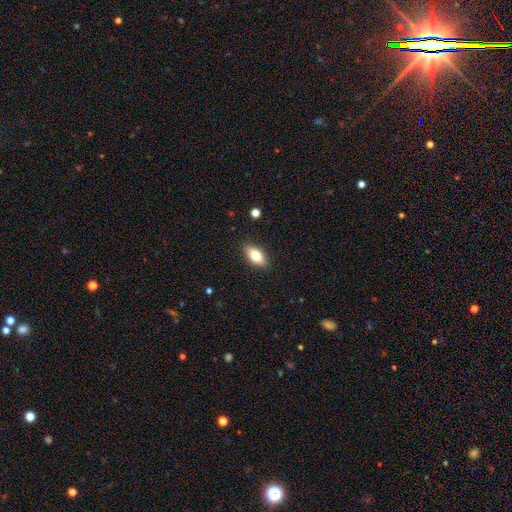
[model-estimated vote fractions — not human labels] Q: Smooth or featured?
A: smooth (76%); runner-up: featured or disk (16%)
Q: How rounded?
A: in between (88%); runner-up: cigar-shaped (7%)
Q: Merging?
A: none (88%); runner-up: minor disturbance (9%)